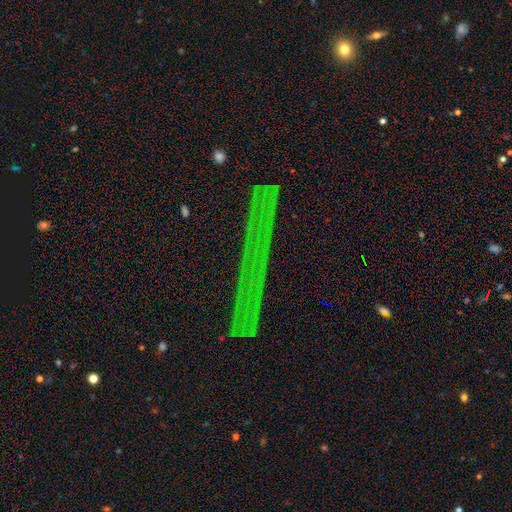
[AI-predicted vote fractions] Q: Smooth or featured?
A: star or artifact (75%); runner-up: smooth (13%)